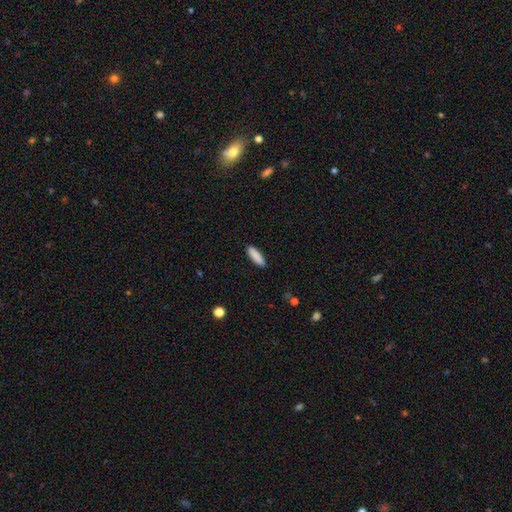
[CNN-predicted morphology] The model was most divided on "how rounded": cigar-shaped: 59%, in between: 39%, round: 1%. More confident: merging — none (90%); smooth or featured — smooth (89%).